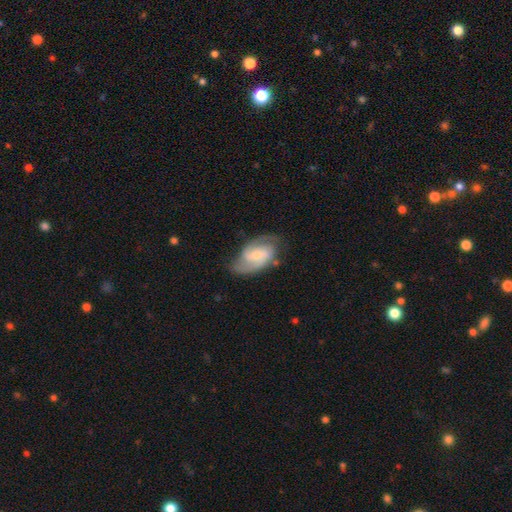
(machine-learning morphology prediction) This appears to be a featured or disk galaxy (81%) with a weak bar (48%), 2 (81%) medium (50%) spiral arms (95%) and a small central bulge (53%). Merging: none (69%).